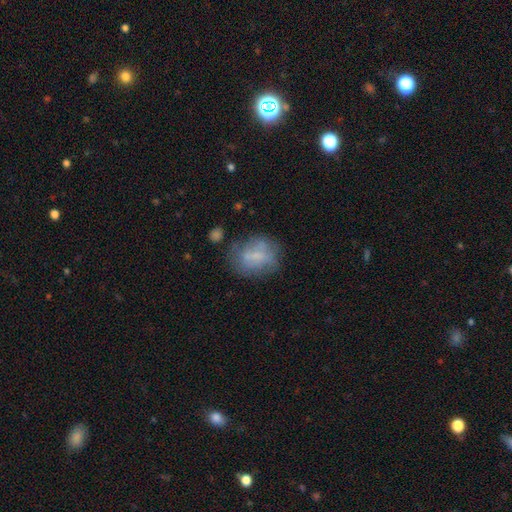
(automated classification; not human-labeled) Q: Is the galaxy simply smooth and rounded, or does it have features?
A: smooth — 58%.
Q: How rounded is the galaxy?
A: in between — 53%.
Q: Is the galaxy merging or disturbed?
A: none — 57%.